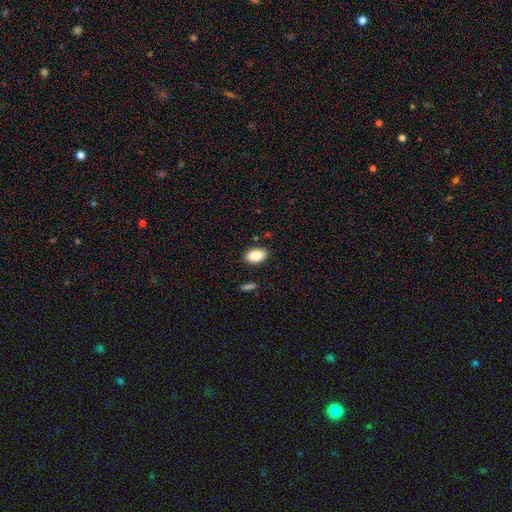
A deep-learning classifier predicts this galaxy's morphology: smooth_or_featured: smooth (p=0.87) [alt: star or artifact p=0.07]
how_rounded: in between (p=0.92) [alt: round p=0.06]
merging: none (p=0.86) [alt: minor disturbance p=0.09]